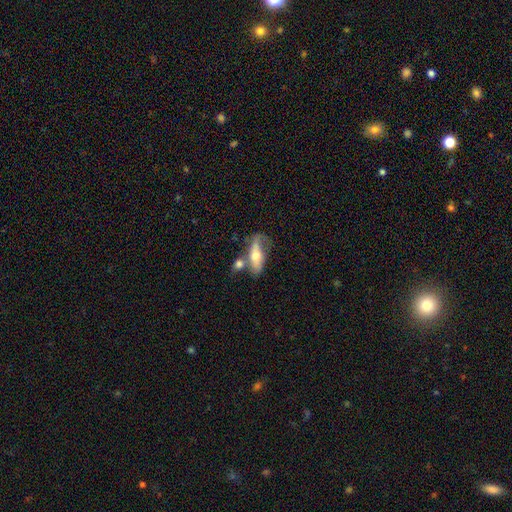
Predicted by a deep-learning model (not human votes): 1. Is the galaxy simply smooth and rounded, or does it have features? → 50% smooth, 44% featured or disk, 6% star or artifact.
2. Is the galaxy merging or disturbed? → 38% none, 29% merger, 19% minor disturbance, 14% major disturbance.